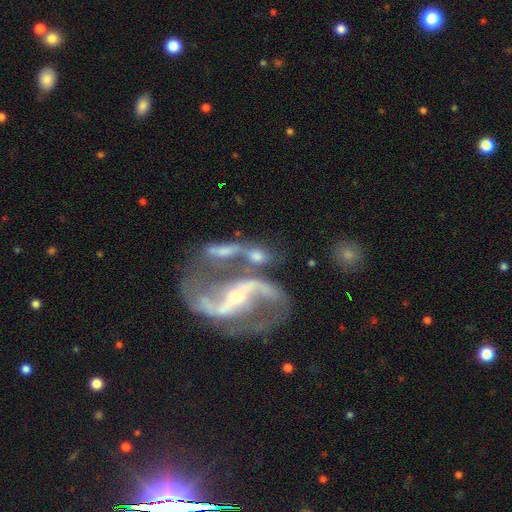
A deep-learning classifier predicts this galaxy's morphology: A featured or disk galaxy (85%) with a strong bar (49%), 2 (91%) loose (61%) spiral arms (89%) and a small central bulge (63%).

Vote fractions:
- Smooth or featured? featured or disk: 85% / smooth: 8% / star or artifact: 7%
- Edge-on disk? no: 93% / yes: 7%
- Bar? strong: 49% / weak: 28% / no: 23%
- Spiral arms? yes: 89% / no: 11%
- Spiral winding? loose: 61% / medium: 30% / tight: 9%
- Spiral arm count? 2: 91% / can't tell: 3% / 1: 2% / 3: 1% / 4: 1% / more than 4: 1%
- Bulge size? small: 63% / moderate: 28% / none: 4% / large: 3% / dominant: 1%
- Merging? merger: 40% / none: 32% / major disturbance: 14% / minor disturbance: 14%